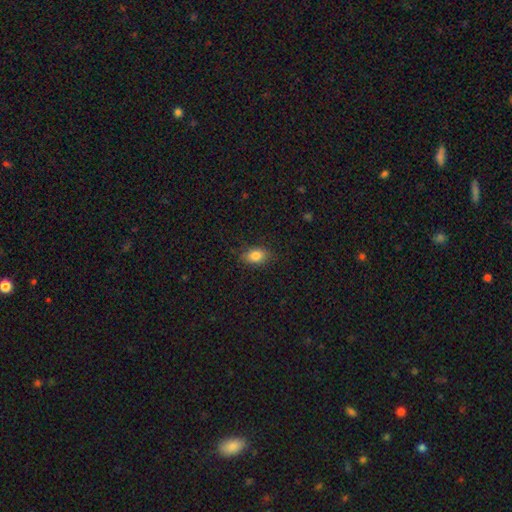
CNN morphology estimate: smooth 83%, star or artifact 10%, featured or disk 7%. Down the decision tree: how rounded — in between (79%); merging — none (84%).